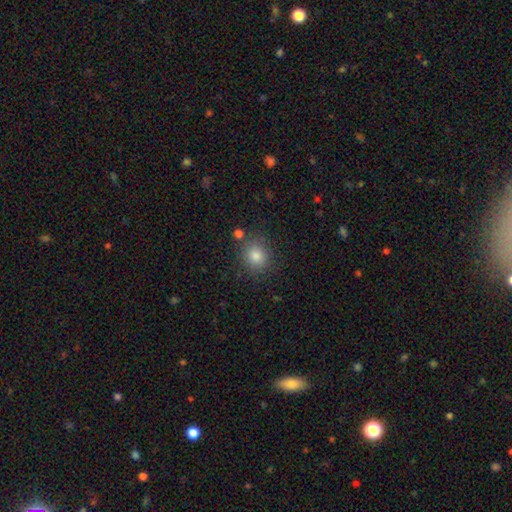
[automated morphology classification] This is clearly a smooth galaxy (83%). How rounded: clearly round (82%). Merging: clearly none (83%).